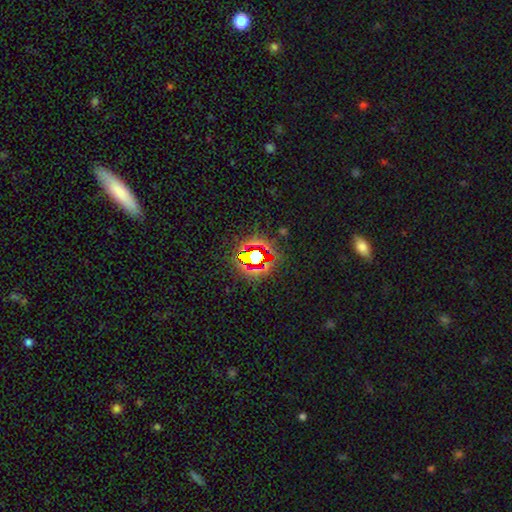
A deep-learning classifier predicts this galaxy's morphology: smooth-or-featured: star or artifact: 71% | smooth: 17% | featured or disk: 11%